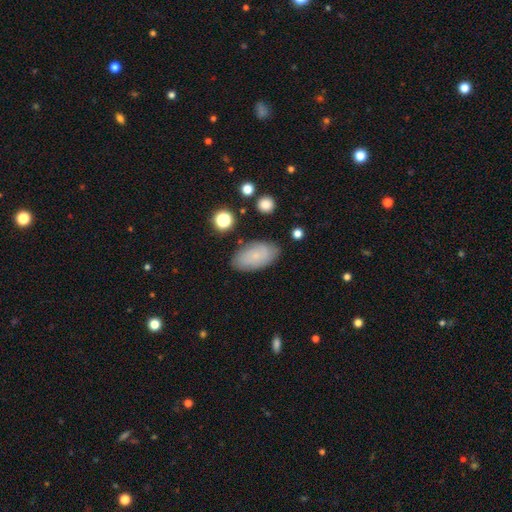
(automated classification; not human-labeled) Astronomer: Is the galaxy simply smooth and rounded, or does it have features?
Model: smooth — 69%.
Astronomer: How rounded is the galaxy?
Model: in between — 93%.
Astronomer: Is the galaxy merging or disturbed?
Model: none — 82%.